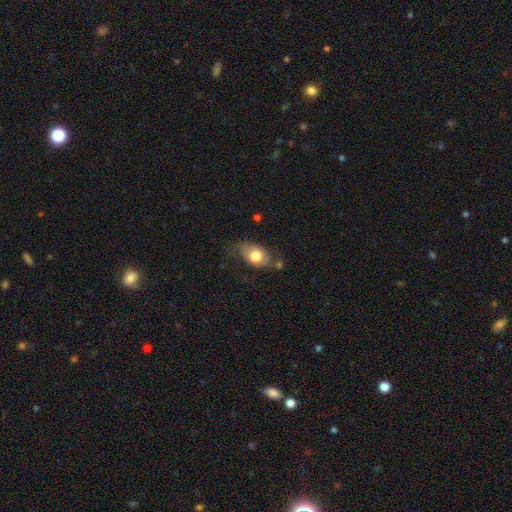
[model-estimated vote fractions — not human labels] smooth-or-featured: smooth: 72% | featured or disk: 21% | star or artifact: 7%
  how-rounded: in between: 83% | round: 14% | cigar-shaped: 2%
  merging: none: 58% | minor disturbance: 26% | major disturbance: 10% | merger: 5%